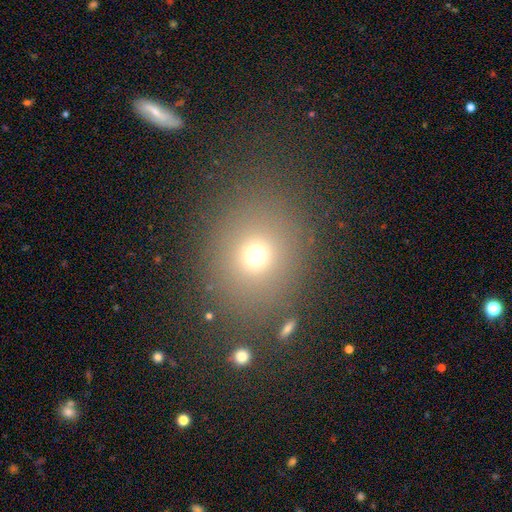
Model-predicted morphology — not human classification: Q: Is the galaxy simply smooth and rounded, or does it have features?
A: smooth — 70%.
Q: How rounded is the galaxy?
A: round — 79%.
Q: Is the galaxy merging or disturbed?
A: none — 79%.